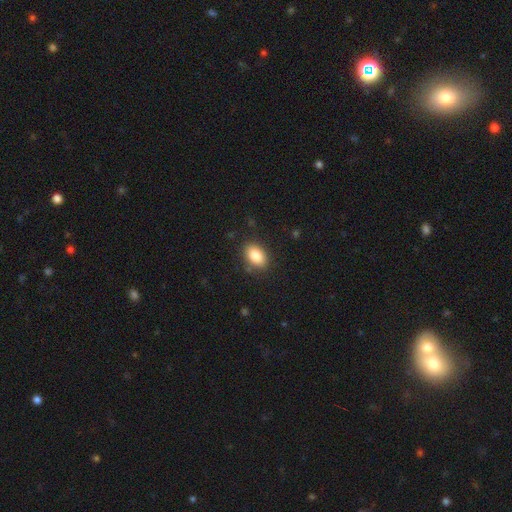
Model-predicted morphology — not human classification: Smooth or featured? Predicted: smooth (p=0.86). How rounded? Predicted: in between (p=0.87). Merging? Predicted: none (p=0.85).